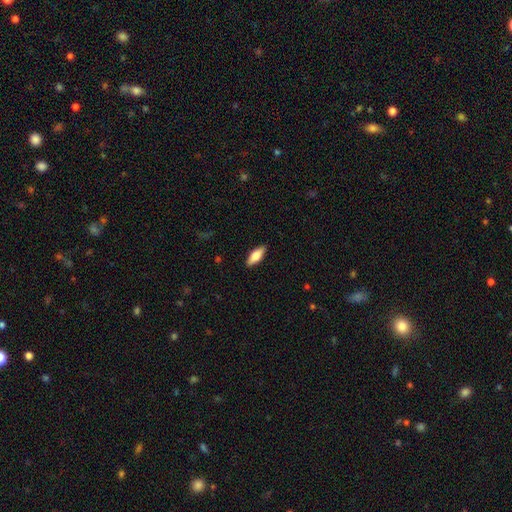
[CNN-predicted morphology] A smooth galaxy with no disk features (69%) that is in between round and cigar-shaped (70%).

Vote fractions:
- Smooth or featured? smooth: 69% / featured or disk: 25% / star or artifact: 6%
- How rounded? in between: 70% / cigar-shaped: 28% / round: 2%
- Merging? none: 89% / minor disturbance: 8% / major disturbance: 2% / merger: 1%